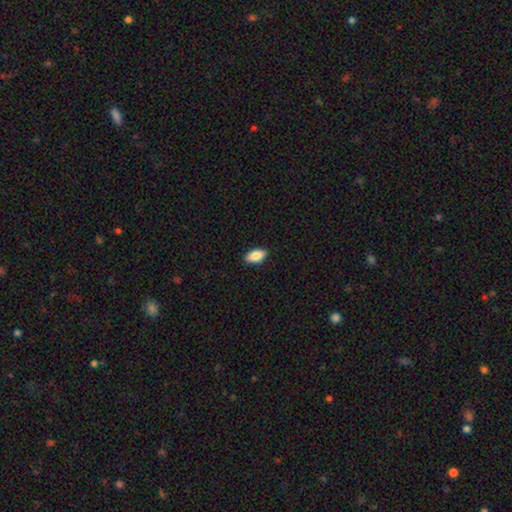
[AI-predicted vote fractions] Smooth or featured: smooth — 85% (featured or disk — 8%)
How rounded: in between — 90% (cigar-shaped — 6%)
Merging: none — 89% (minor disturbance — 8%)